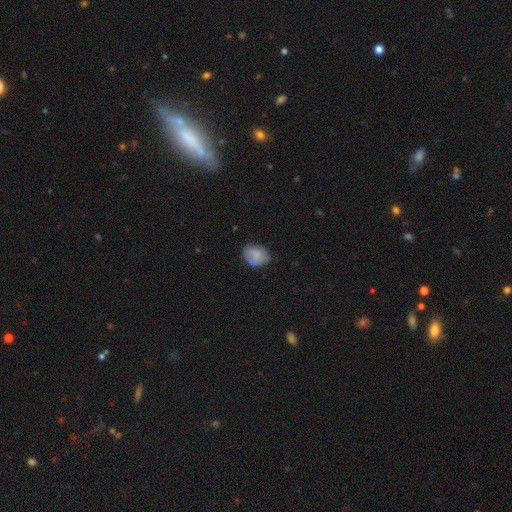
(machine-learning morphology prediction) Smooth or featured?
  - smooth: 79% *
  - featured or disk: 13%
  - star or artifact: 8%
How rounded?
  - in between: 57% *
  - round: 42%
  - cigar-shaped: 1%
Merging?
  - none: 70% *
  - minor disturbance: 23%
  - major disturbance: 6%
  - merger: 1%